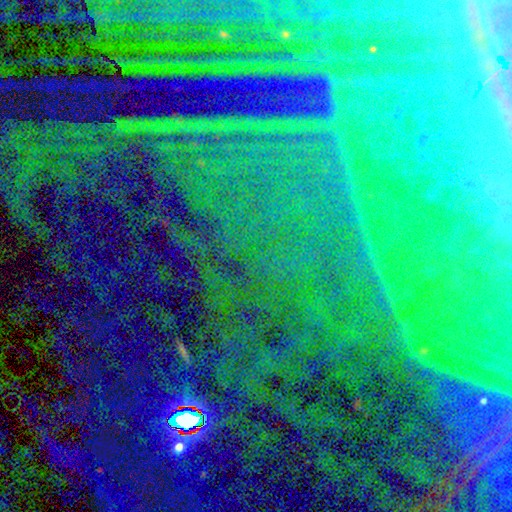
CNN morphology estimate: This is clearly a star or artifact rather than a galaxy (83%).